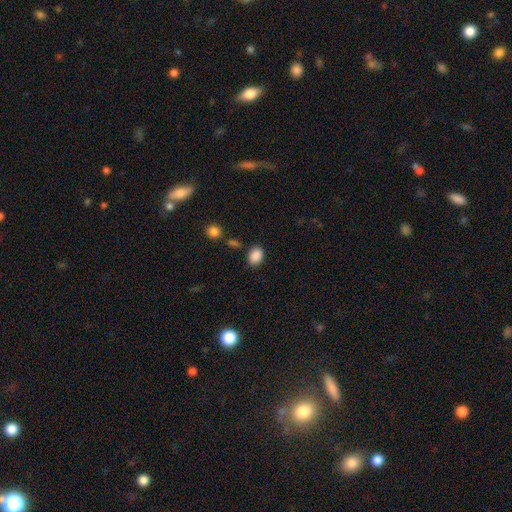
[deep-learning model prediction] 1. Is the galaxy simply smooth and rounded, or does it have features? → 88% smooth, 9% star or artifact, 3% featured or disk.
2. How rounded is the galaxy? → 72% in between, 27% round, 1% cigar-shaped.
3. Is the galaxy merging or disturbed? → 81% none, 12% minor disturbance, 4% merger, 3% major disturbance.